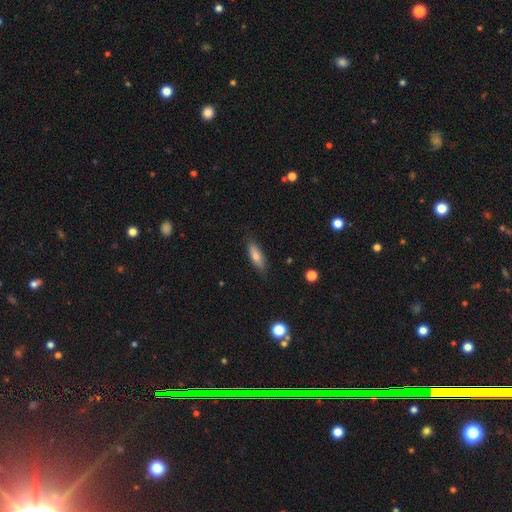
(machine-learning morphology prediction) This is likely a smooth galaxy (70%). How rounded: possibly cigar-shaped (54%). Merging: clearly none (83%).